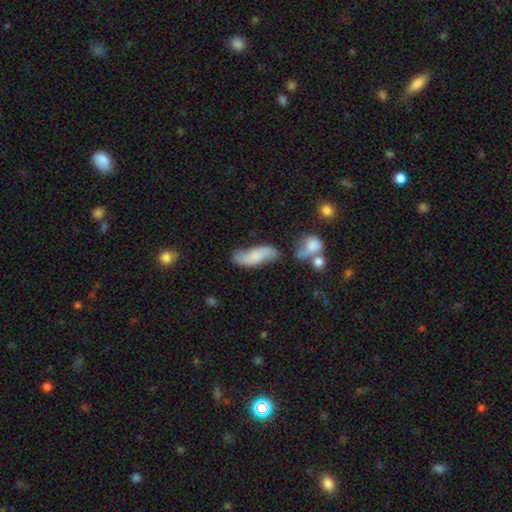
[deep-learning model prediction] This appears to be a smooth galaxy with no disk features (58%) that is in between round and cigar-shaped (59%). Merging: none (55%).